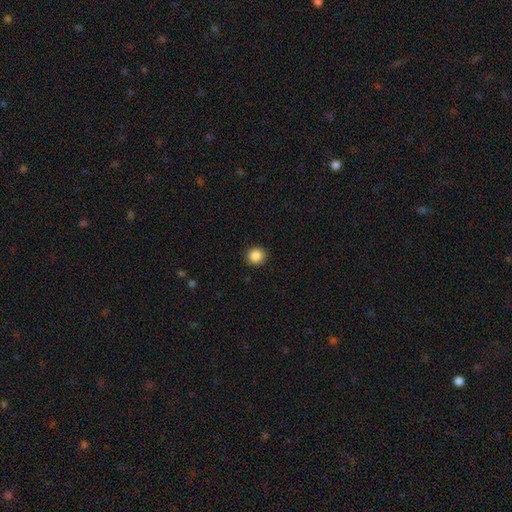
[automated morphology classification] The model was most divided on "smooth or featured": smooth: 87%, star or artifact: 10%, featured or disk: 3%. More confident: merging — none (92%); how rounded — round (91%).